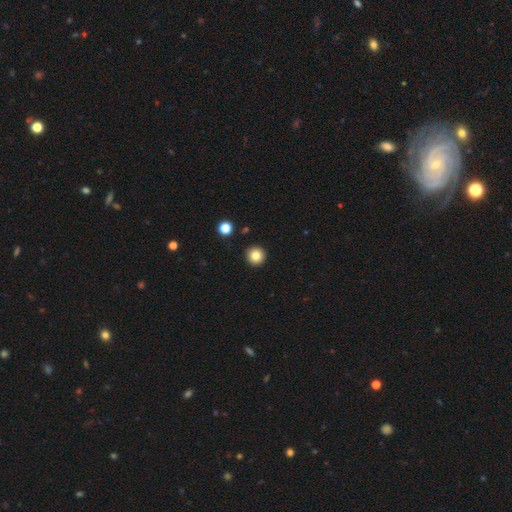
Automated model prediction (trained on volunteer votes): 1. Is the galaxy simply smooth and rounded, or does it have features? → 83% smooth, 11% star or artifact, 6% featured or disk.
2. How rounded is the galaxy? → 96% round, 3% in between, 1% cigar-shaped.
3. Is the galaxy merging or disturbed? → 93% none, 4% minor disturbance, 1% major disturbance, 1% merger.